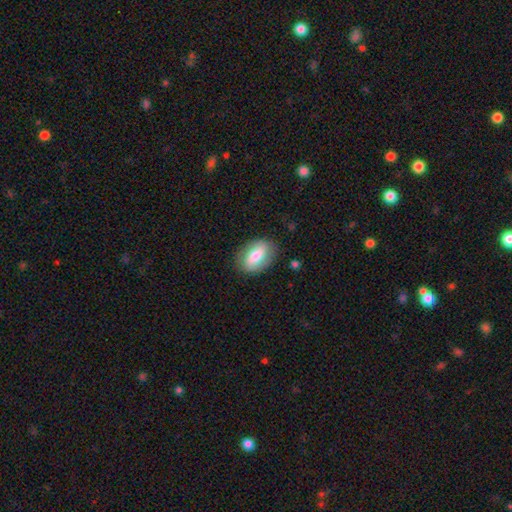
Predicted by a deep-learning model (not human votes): Morphology: type=smooth (64%); roundness=in between (87%); merging=none (81%).